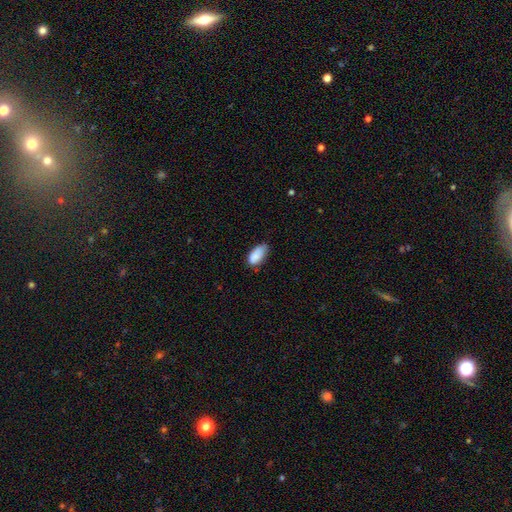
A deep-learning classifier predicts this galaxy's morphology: smooth 86%, star or artifact 7%, featured or disk 7%. Down the decision tree: how rounded — in between (92%); merging — none (57%).